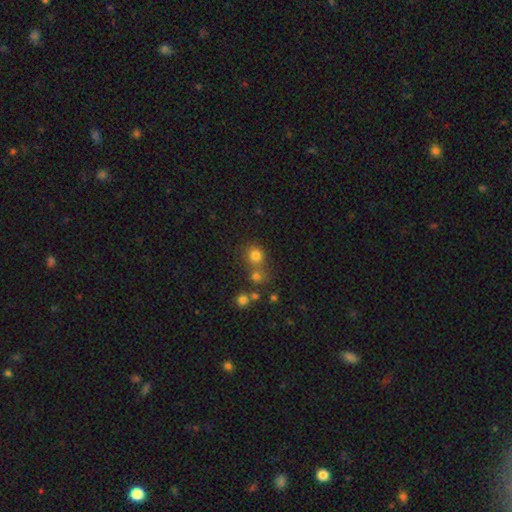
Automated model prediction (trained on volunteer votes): The model was most divided on "merging": none: 59%, merger: 28%, minor disturbance: 9%, major disturbance: 4%. More confident: how rounded — round (84%); smooth or featured — smooth (78%).